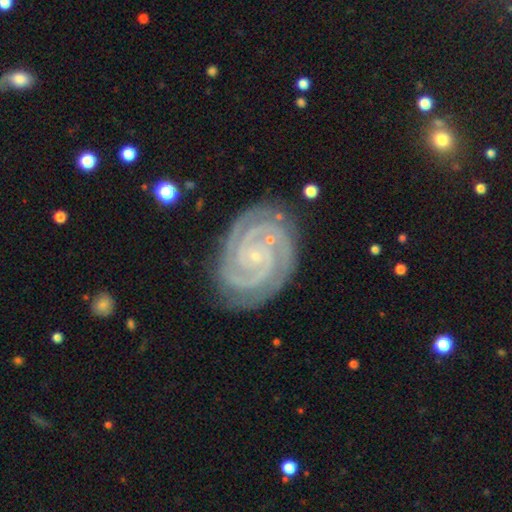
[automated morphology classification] The model was most divided on "spiral arm count": 2: 58%, 3: 21%, 4: 7%, can't tell: 6%, more than 4: 4%, 1: 4%. More confident: spiral arms — yes (99%); edge-on disk — no (98%); smooth or featured — featured or disk (93%); bulge size — small (89%); spiral winding — tight (85%); merging — none (82%); bar — no (71%).